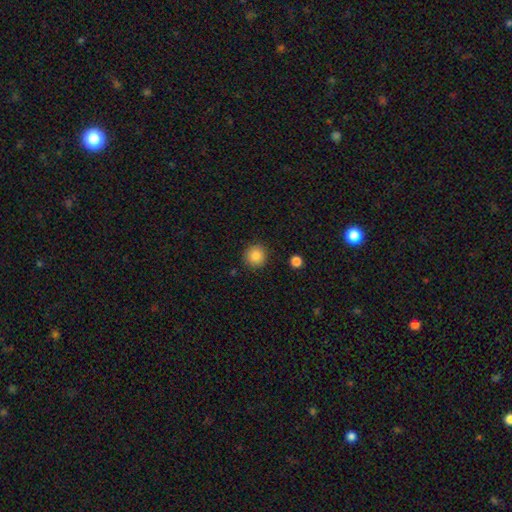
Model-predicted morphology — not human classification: Smooth or featured? Predicted: smooth (p=0.87). How rounded? Predicted: round (p=0.94). Merging? Predicted: none (p=0.90).